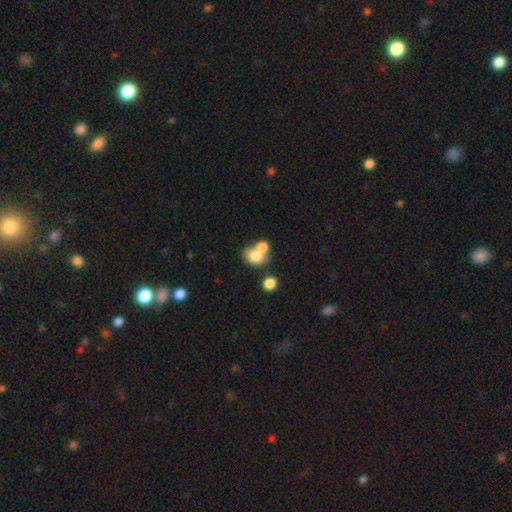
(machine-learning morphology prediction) Smooth or featured: smooth — 77% (featured or disk — 14%)
How rounded: round — 58% (in between — 41%)
Merging: merger — 53% (none — 34%)